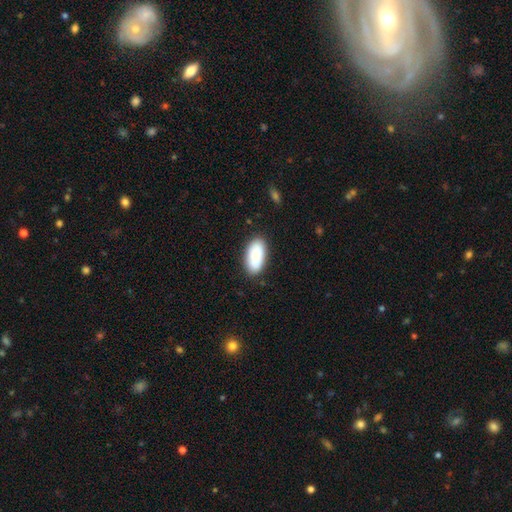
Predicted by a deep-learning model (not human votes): The model was most divided on "smooth or featured": smooth: 82%, featured or disk: 12%, star or artifact: 6%. More confident: how rounded — in between (95%); merging — none (86%).